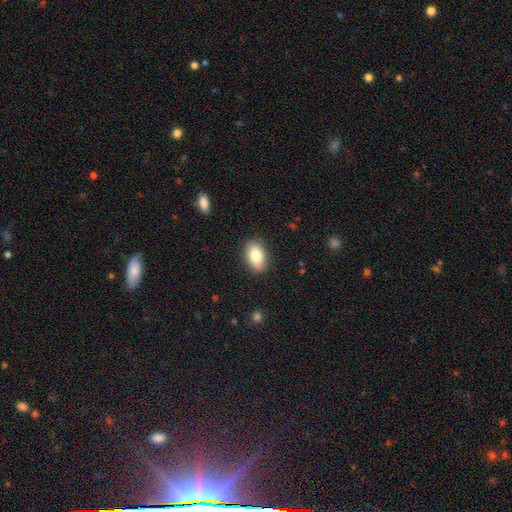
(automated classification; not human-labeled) Smooth or featured: smooth — 83% (featured or disk — 10%)
How rounded: in between — 90% (round — 8%)
Merging: none — 87% (minor disturbance — 10%)